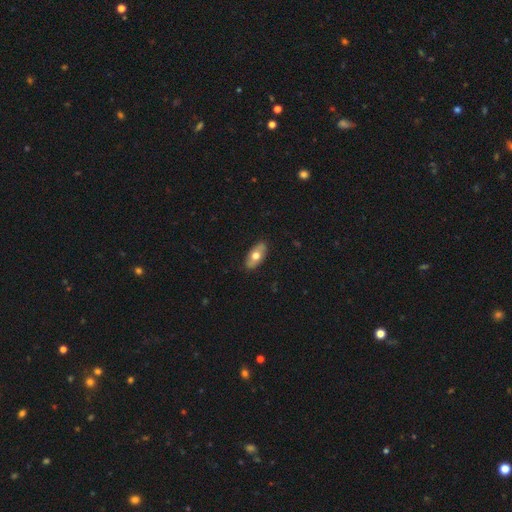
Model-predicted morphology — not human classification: Q: Smooth or featured?
A: smooth (62%); runner-up: featured or disk (32%)
Q: How rounded?
A: in between (90%); runner-up: cigar-shaped (7%)
Q: Merging?
A: none (87%); runner-up: minor disturbance (10%)